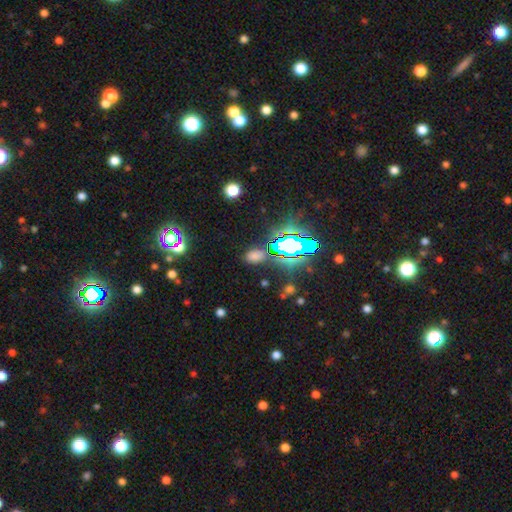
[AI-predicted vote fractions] smooth 57%, star or artifact 36%, featured or disk 7%. Down the decision tree: how rounded — in between (79%); merging — none (79%).